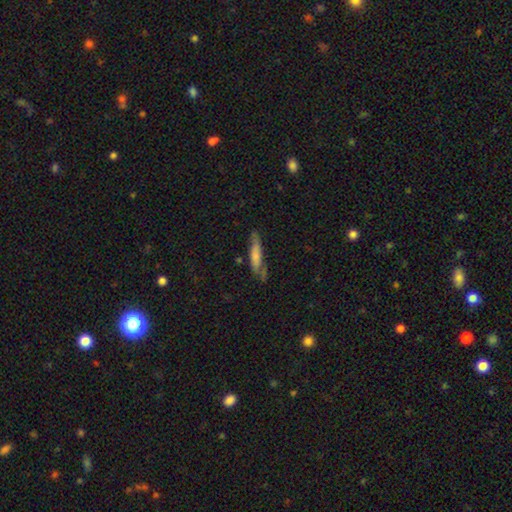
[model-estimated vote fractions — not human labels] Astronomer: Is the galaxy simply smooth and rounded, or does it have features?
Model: smooth — 64%.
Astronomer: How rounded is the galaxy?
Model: cigar-shaped — 80%.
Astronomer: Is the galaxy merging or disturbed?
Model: none — 59%.